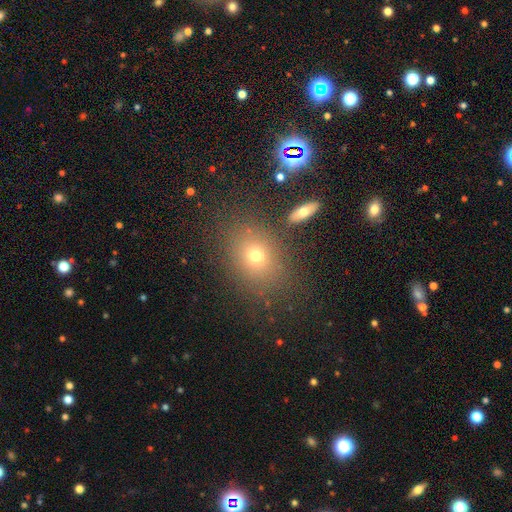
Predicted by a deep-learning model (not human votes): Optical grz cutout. It shows a smooth galaxy with no disk features (68%) that is in between round and cigar-shaped (53%). Merging: none (80%).